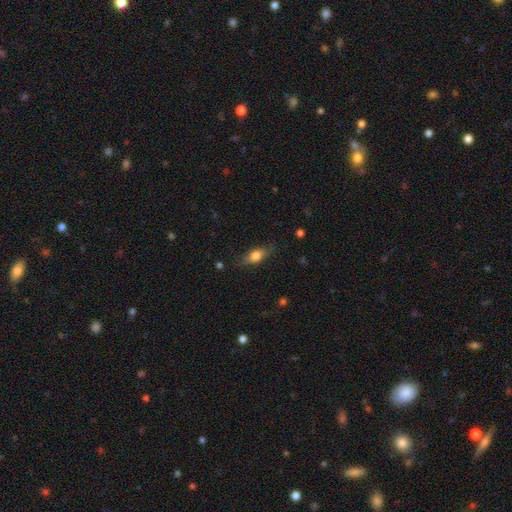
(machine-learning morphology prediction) type=smooth (69%); roundness=in between (73%); merging=none (76%).